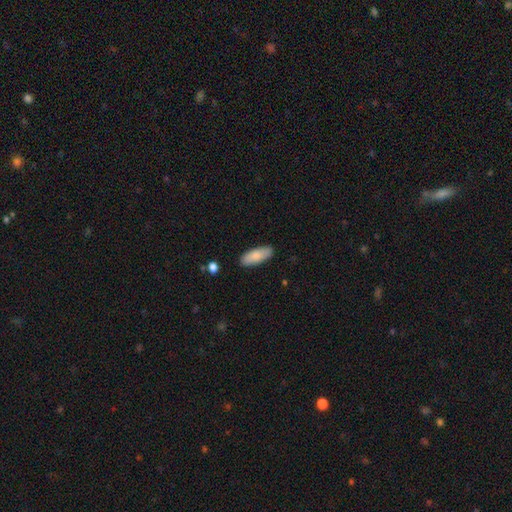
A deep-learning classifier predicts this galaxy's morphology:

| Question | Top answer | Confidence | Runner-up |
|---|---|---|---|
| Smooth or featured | smooth | 84% | featured or disk (10%) |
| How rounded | in between | 76% | cigar-shaped (22%) |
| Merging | none | 87% | minor disturbance (10%) |